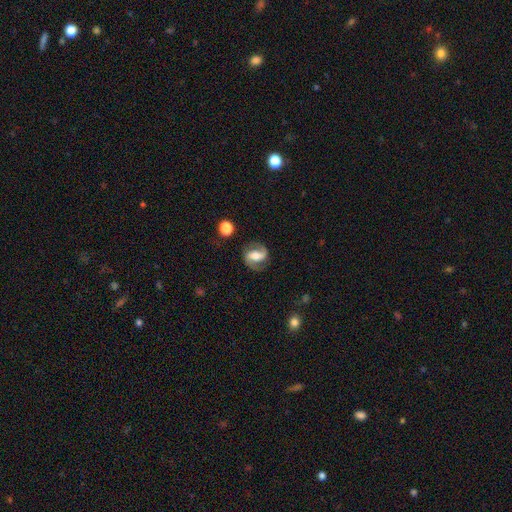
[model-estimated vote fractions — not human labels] The model was most divided on "bar": strong: 40%, weak: 37%, no: 23%. More confident: edge-on disk — no (97%); spiral arms — yes (94%); spiral arm count — 2 (91%); smooth or featured — featured or disk (81%); merging — none (80%); bulge size — moderate (58%); spiral winding — medium (50%).